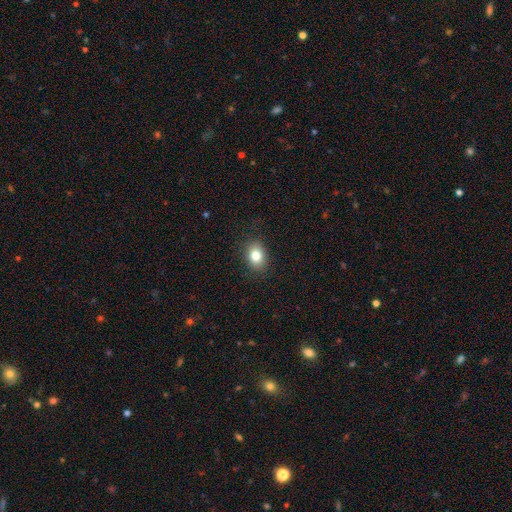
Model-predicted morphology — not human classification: smooth 81%, star or artifact 10%, featured or disk 9%. Down the decision tree: how rounded — in between (64%); merging — none (87%).